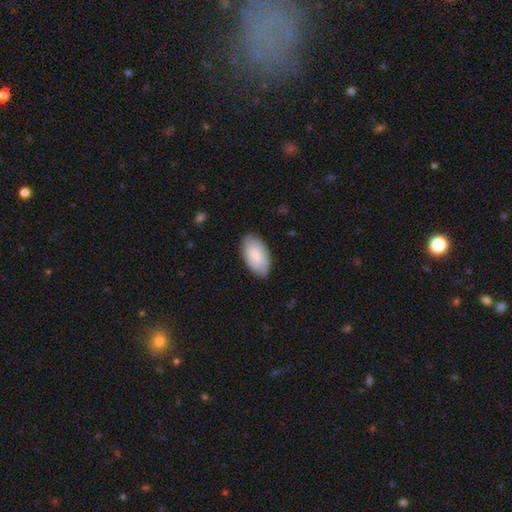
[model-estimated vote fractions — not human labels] smooth_or_featured: smooth (p=0.80) [alt: featured or disk p=0.15]
how_rounded: in between (p=0.95) [alt: round p=0.03]
merging: none (p=0.82) [alt: minor disturbance p=0.14]